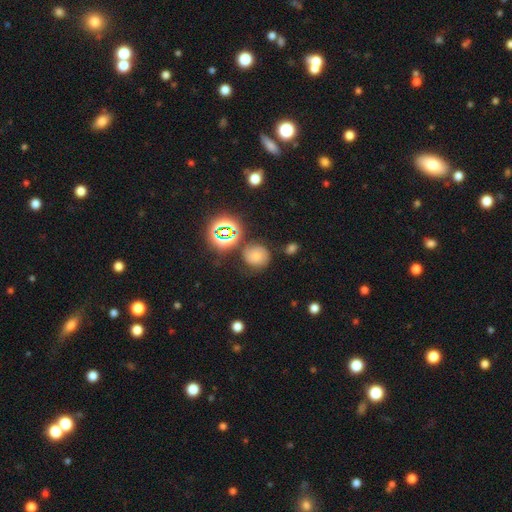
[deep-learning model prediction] Smooth or featured? smooth (48%)
Merging? none (65%)